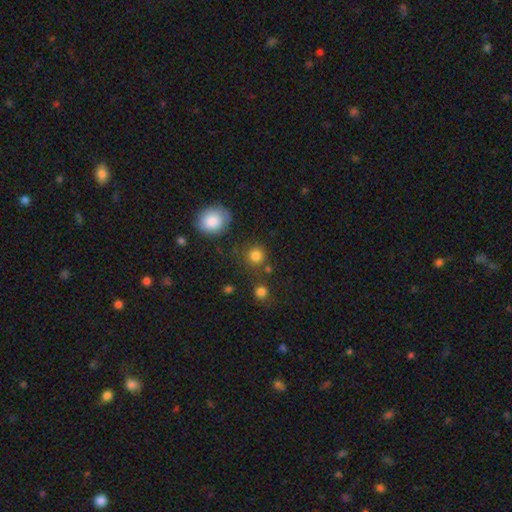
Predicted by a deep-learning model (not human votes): This appears to be a smooth galaxy with no disk features (83%) that is round (91%). Merging: none (80%).